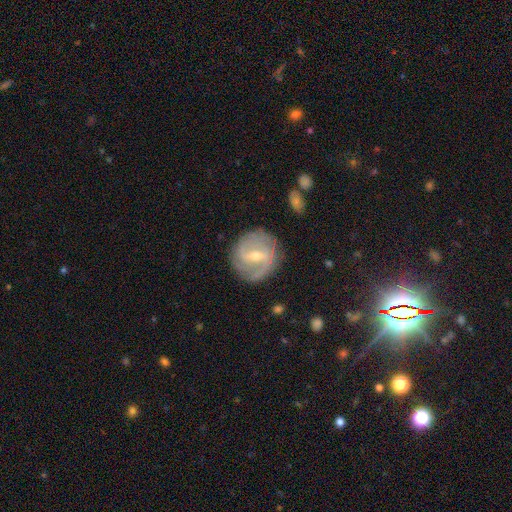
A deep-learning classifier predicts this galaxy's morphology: Overall: featured or disk (79%). Edge-on disk: no (97%). Bar: weak (50%; strong 35%). Spiral arms: yes (88%). Spiral arm count: 2 (72%). Spiral winding: medium (43%; tight 34%). Bulge size: small (50%; moderate 46%). Merging: none (81%).